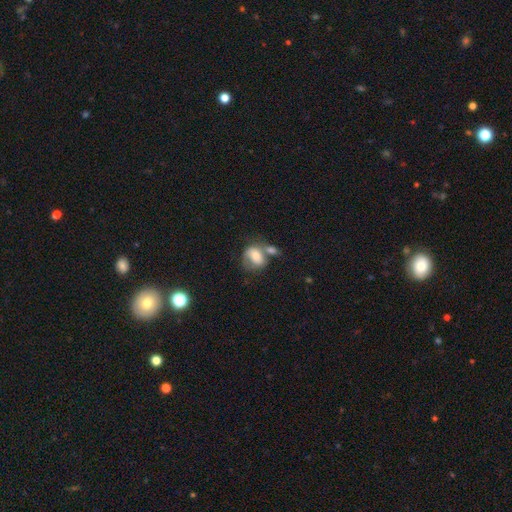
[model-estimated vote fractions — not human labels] Overall: smooth (58%; featured or disk 33%). How rounded: in between (63%; round 36%). Merging: merger (41%; none 28%).